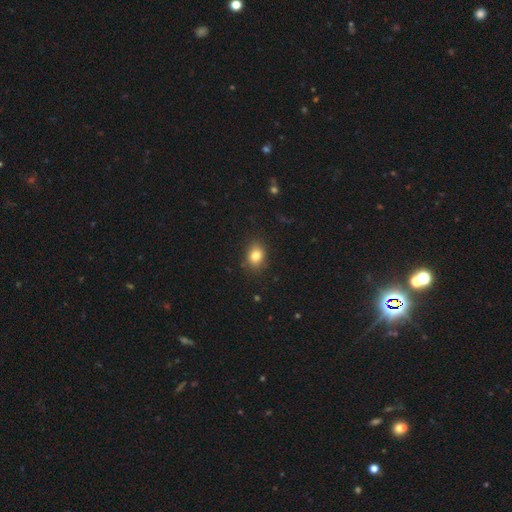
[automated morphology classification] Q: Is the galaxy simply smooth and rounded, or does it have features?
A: smooth — 82%.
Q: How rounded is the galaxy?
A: in between — 55%.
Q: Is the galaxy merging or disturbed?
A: none — 85%.